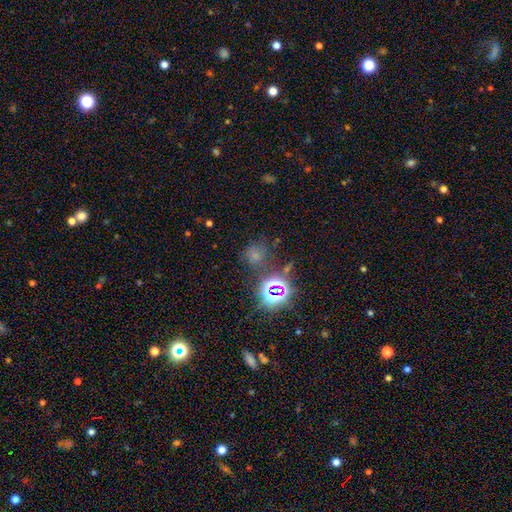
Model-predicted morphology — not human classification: A smooth galaxy with no disk features (51%) that is round (80%). Merging: none (67%).